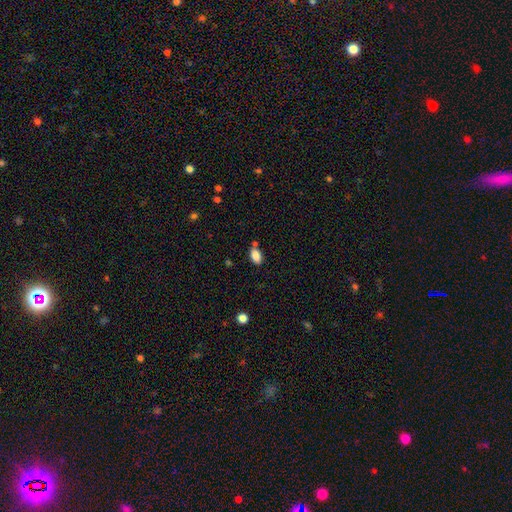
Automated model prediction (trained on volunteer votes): This is clearly a smooth galaxy (86%). How rounded: clearly in between (91%). Merging: likely none (74%).